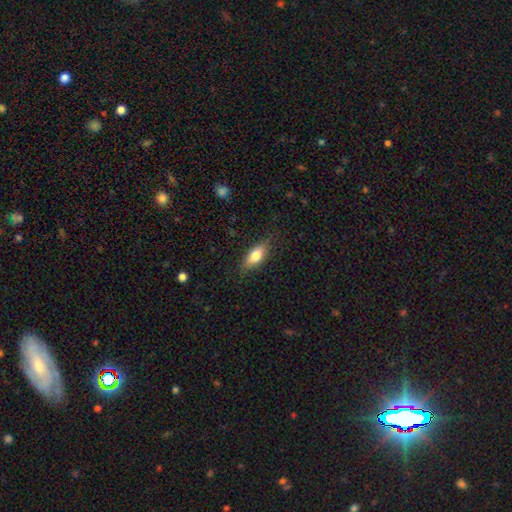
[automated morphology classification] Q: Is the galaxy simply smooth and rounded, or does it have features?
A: smooth — 75%.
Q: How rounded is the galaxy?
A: in between — 75%.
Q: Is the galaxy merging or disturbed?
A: none — 81%.